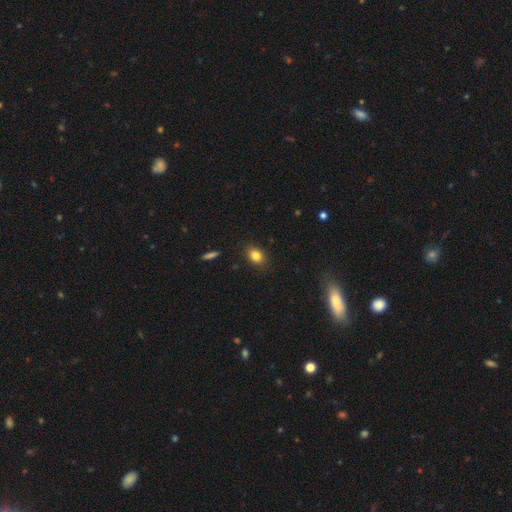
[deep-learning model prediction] Smooth or featured? smooth (83%)
How rounded? in between (54%)
Merging? none (85%)